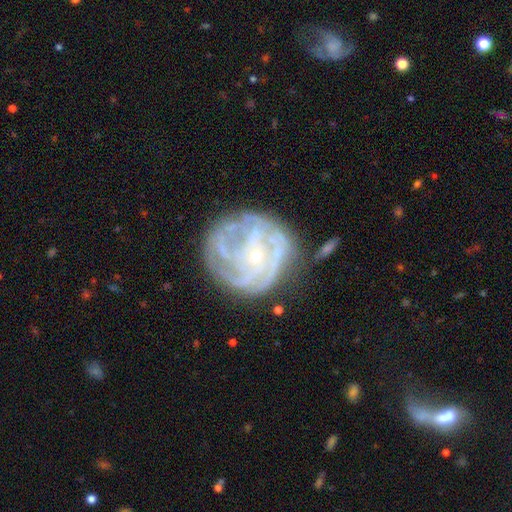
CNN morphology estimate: smooth_or_featured: featured or disk (p=0.82) [alt: smooth p=0.10]
disk_edge_on: no (p=0.97) [alt: yes p=0.03]
bar: no (p=0.69) [alt: weak p=0.23]
has_spiral_arms: yes (p=0.90) [alt: no p=0.10]
spiral_winding: tight (p=0.64) [alt: medium p=0.27]
spiral_arm_count: can't tell (p=0.31) [alt: 4 p=0.26]
bulge_size: small (p=0.84) [alt: moderate p=0.11]
merging: none (p=0.63) [alt: minor disturbance p=0.21]